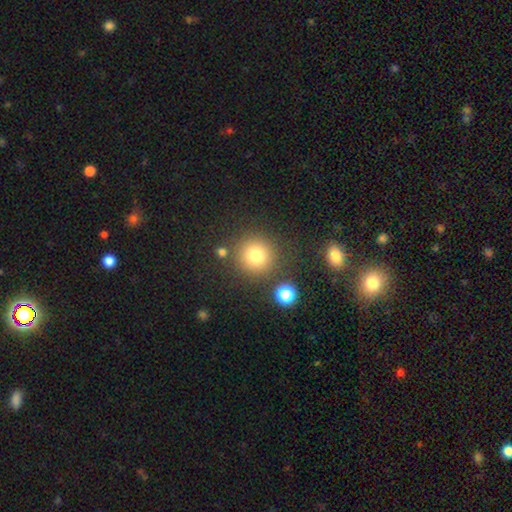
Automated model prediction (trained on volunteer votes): Smooth or featured? smooth (77%)
How rounded? round (94%)
Merging? none (83%)